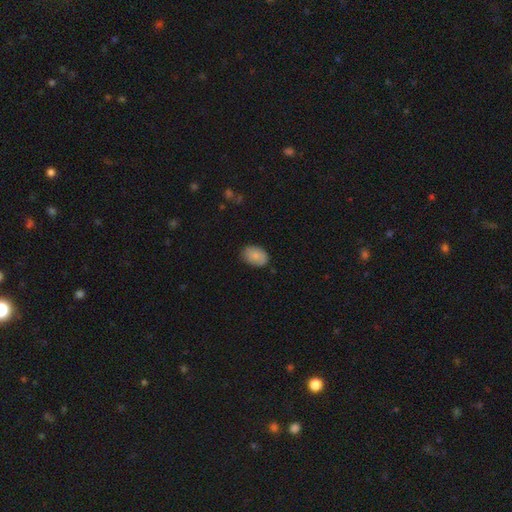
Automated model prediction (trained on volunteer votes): Q: Smooth or featured?
A: smooth (82%); runner-up: featured or disk (11%)
Q: How rounded?
A: in between (82%); runner-up: round (17%)
Q: Merging?
A: none (81%); runner-up: minor disturbance (15%)